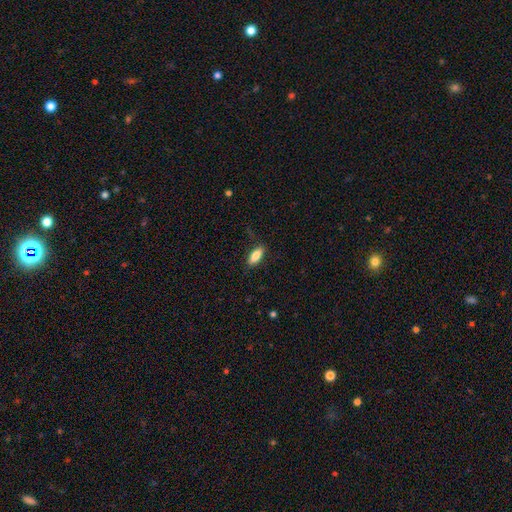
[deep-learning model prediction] smooth_or_featured: smooth (p=0.83) [alt: featured or disk p=0.10]
how_rounded: in between (p=0.79) [alt: cigar-shaped p=0.19]
merging: none (p=0.83) [alt: minor disturbance p=0.12]